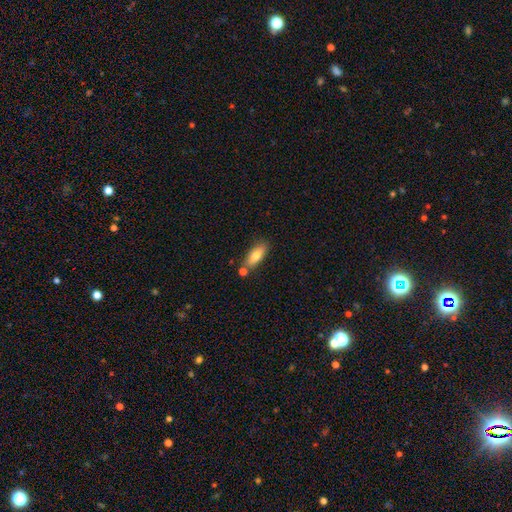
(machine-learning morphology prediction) Smooth or featured: smooth — 75% (featured or disk — 18%)
How rounded: in between — 71% (cigar-shaped — 26%)
Merging: none — 68% (merger — 14%)